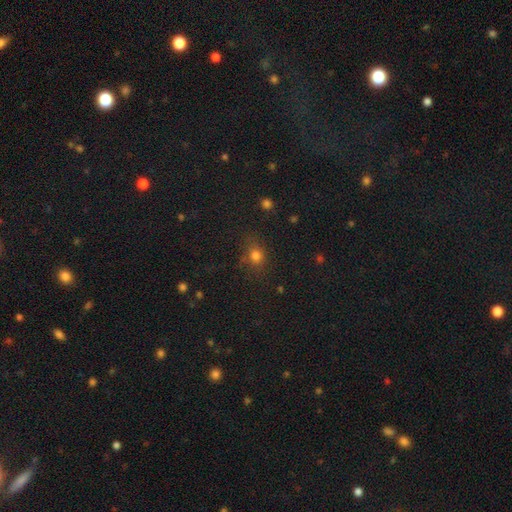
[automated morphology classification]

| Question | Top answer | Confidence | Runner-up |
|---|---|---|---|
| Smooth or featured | smooth | 76% | star or artifact (17%) |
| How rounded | round | 63% | in between (35%) |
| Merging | none | 75% | minor disturbance (16%) |